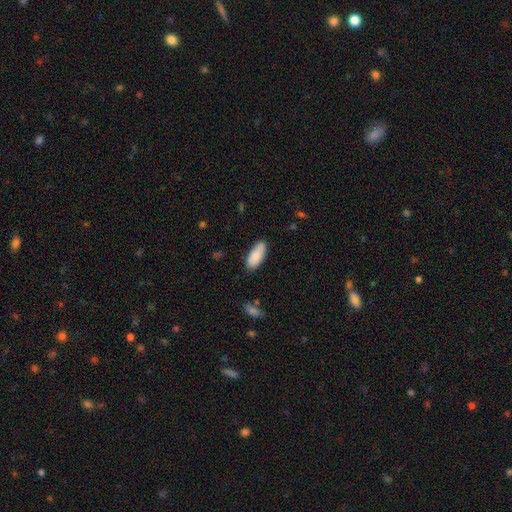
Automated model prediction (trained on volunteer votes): Smooth or featured: smooth — 87% (featured or disk — 7%)
How rounded: in between — 84% (cigar-shaped — 15%)
Merging: none — 80% (minor disturbance — 15%)